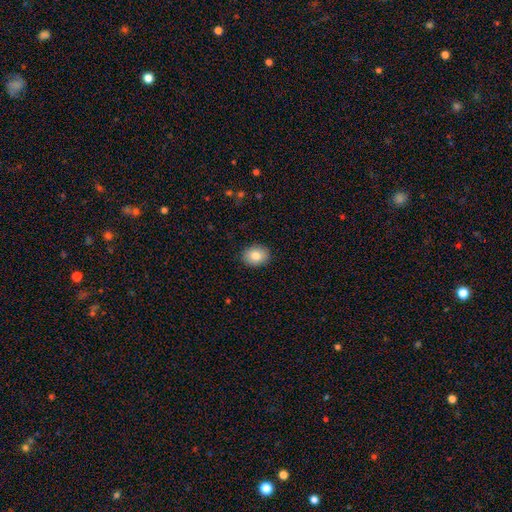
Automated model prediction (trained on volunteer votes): smooth_or_featured: smooth (p=0.82) [alt: featured or disk p=0.10]
how_rounded: in between (p=0.59) [alt: round p=0.40]
merging: none (p=0.89) [alt: minor disturbance p=0.08]